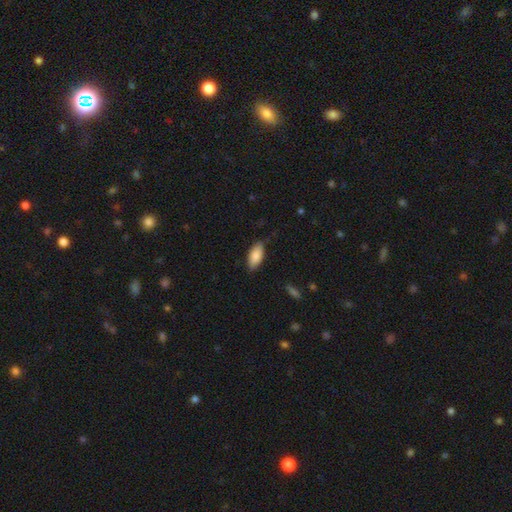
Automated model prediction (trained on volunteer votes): Smooth or featured?
  - smooth: 86% *
  - featured or disk: 8%
  - star or artifact: 6%
How rounded?
  - in between: 90% *
  - cigar-shaped: 9%
  - round: 2%
Merging?
  - none: 81% *
  - minor disturbance: 15%
  - major disturbance: 2%
  - merger: 1%